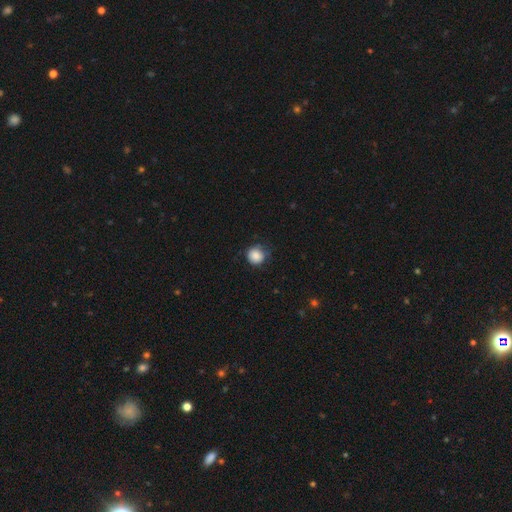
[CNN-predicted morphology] smooth 86%, star or artifact 9%, featured or disk 6%. Down the decision tree: how rounded — round (90%); merging — none (68%).